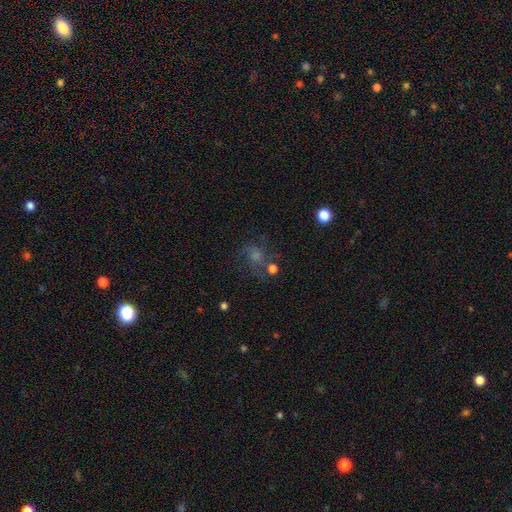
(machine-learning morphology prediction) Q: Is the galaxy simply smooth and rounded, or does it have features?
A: smooth — 46%.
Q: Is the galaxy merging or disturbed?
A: none — 54%.